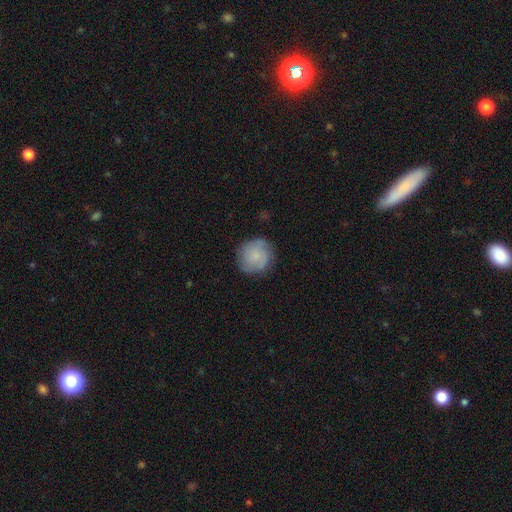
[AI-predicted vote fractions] Overall: smooth (61%; featured or disk 31%). How rounded: round (90%). Merging: none (80%).